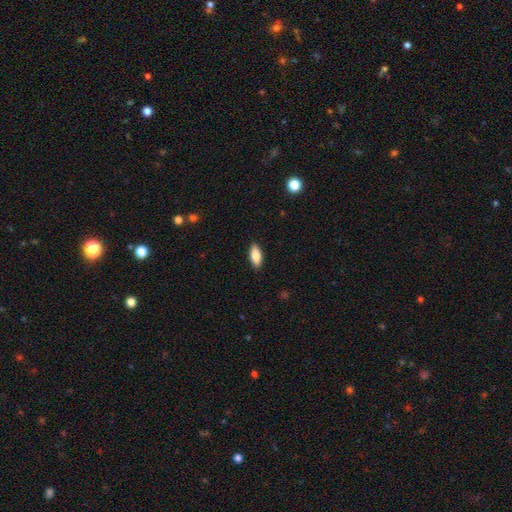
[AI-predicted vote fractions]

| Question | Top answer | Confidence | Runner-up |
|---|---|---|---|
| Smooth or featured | smooth | 82% | featured or disk (12%) |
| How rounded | in between | 81% | cigar-shaped (16%) |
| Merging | none | 89% | minor disturbance (8%) |